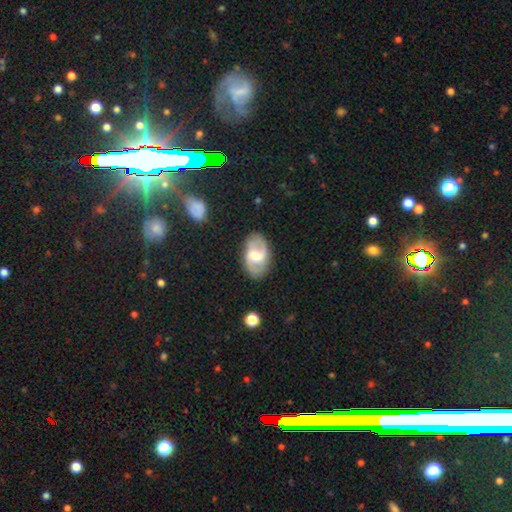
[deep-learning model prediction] This is likely a featured or disk galaxy (72%). It is clearly not viewed edge-on (95%). Bar: possibly weak (50%). Spiral arm pattern: clearly yes (83%). Spiral arm count: clearly 2 (87%). Spiral winding: possibly medium (49%). Central bulge: likely moderate (66%). Merging: clearly none (83%).